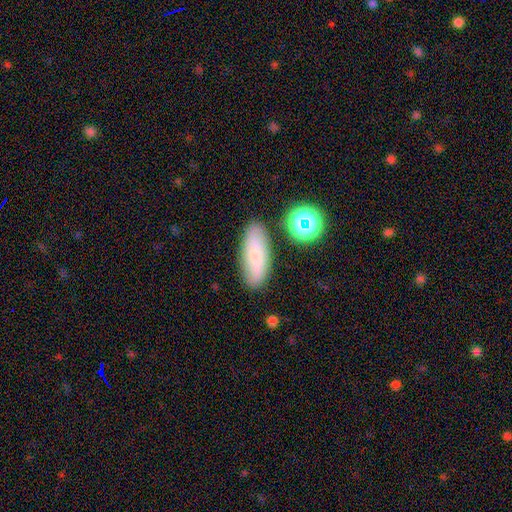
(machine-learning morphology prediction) smooth_or_featured: smooth (p=0.67) [alt: featured or disk p=0.21]
how_rounded: in between (p=0.69) [alt: cigar-shaped p=0.27]
merging: none (p=0.81) [alt: minor disturbance p=0.12]